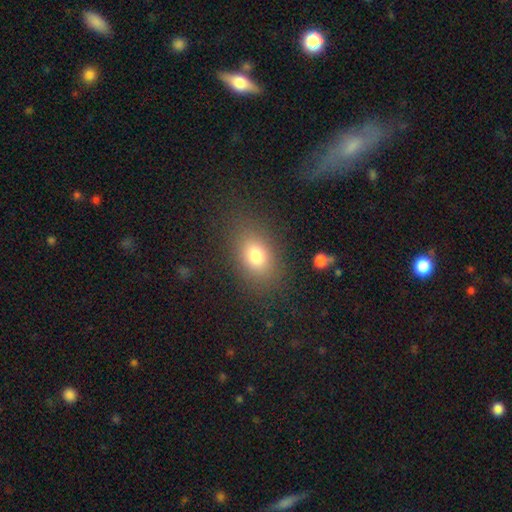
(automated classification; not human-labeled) smooth_or_featured: smooth (p=0.78) [alt: star or artifact p=0.11]
how_rounded: in between (p=0.78) [alt: round p=0.20]
merging: none (p=0.82) [alt: minor disturbance p=0.11]